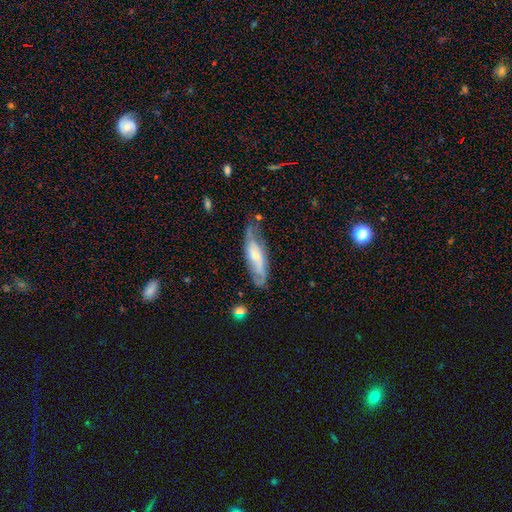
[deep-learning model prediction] This is likely a featured or disk galaxy (63%). It is likely not viewed edge-on (73%). Merging: likely none (61%).